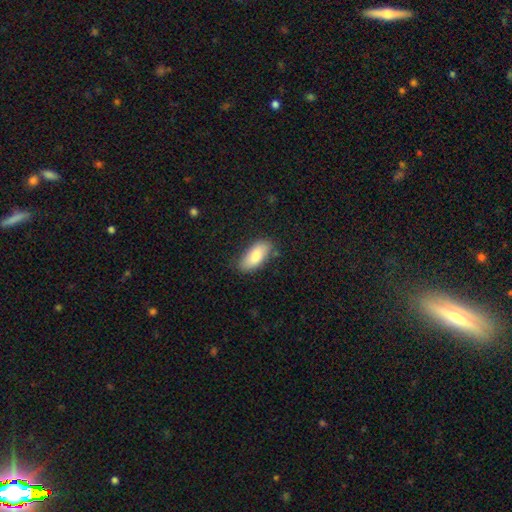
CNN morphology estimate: The model was most divided on "merging": none: 76%, minor disturbance: 19%, major disturbance: 4%, merger: 2%. More confident: how rounded — in between (87%); smooth or featured — smooth (83%).